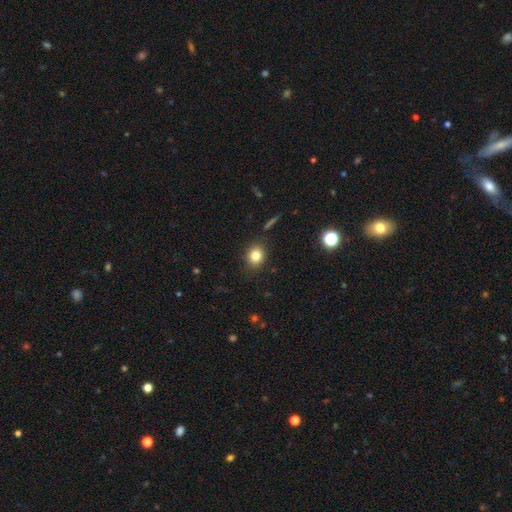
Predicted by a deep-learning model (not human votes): Overall: smooth (81%). How rounded: round (60%; in between 38%). Merging: none (88%).